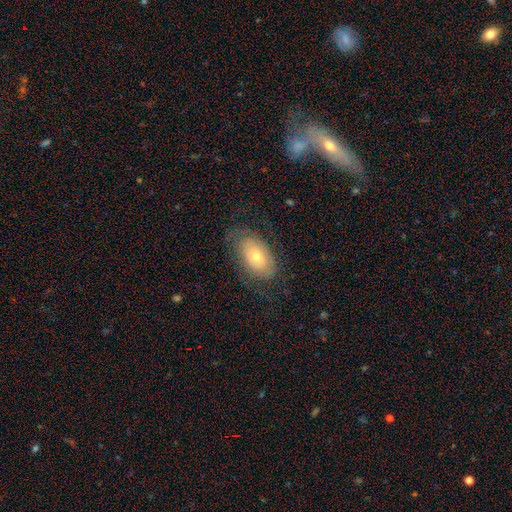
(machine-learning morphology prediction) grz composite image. It shows a smooth galaxy with no disk features (48%). Merging: none (73%).